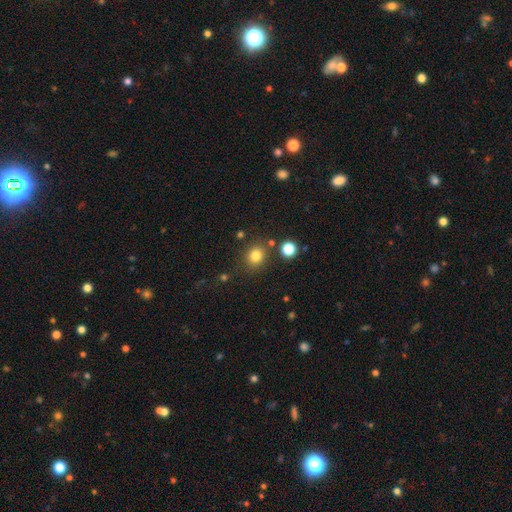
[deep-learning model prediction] A smooth galaxy with no disk features (81%) that is round (74%).

Vote fractions:
- Smooth or featured? smooth: 81% / star or artifact: 13% / featured or disk: 6%
- How rounded? round: 74% / in between: 25% / cigar-shaped: 1%
- Merging? none: 80% / minor disturbance: 10% / merger: 6% / major disturbance: 4%